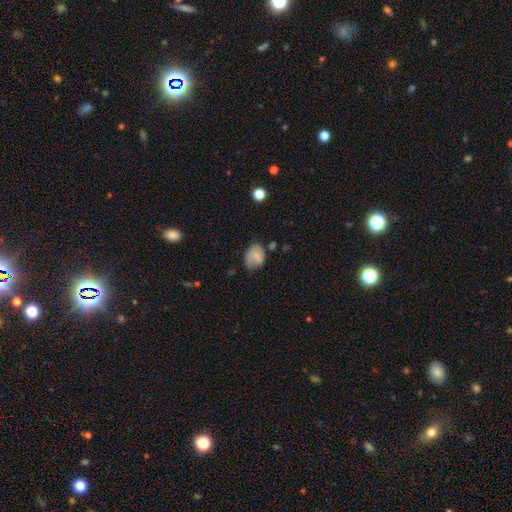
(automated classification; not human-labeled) Smooth or featured? Predicted: smooth (p=0.62). How rounded? Predicted: in between (p=0.67). Merging? Predicted: none (p=0.43).